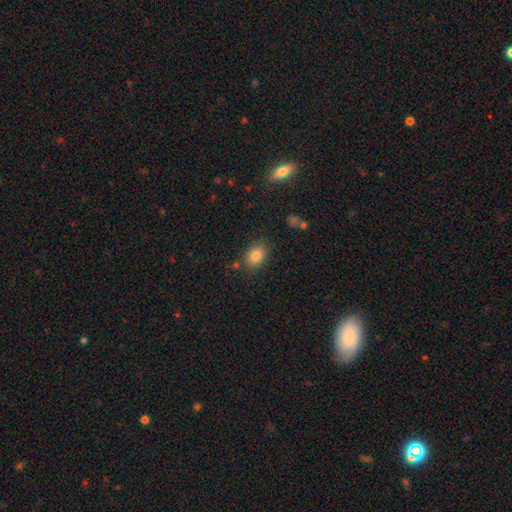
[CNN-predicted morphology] smooth-or-featured: smooth: 83% | star or artifact: 10% | featured or disk: 7%
  how-rounded: in between: 68% | round: 31% | cigar-shaped: 1%
  merging: none: 80% | minor disturbance: 13% | major disturbance: 4% | merger: 3%